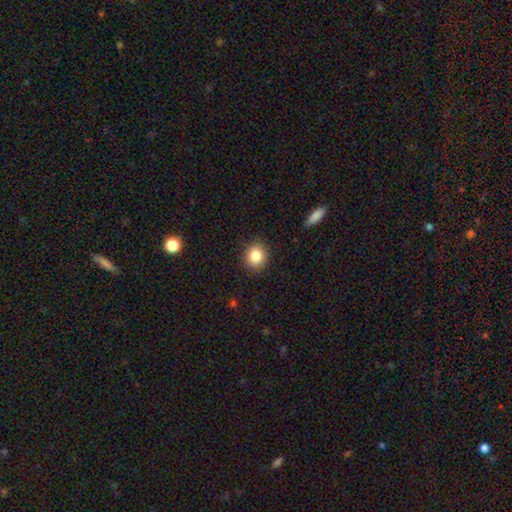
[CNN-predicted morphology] This is clearly a smooth galaxy (85%). How rounded: likely round (78%). Merging: clearly none (89%).